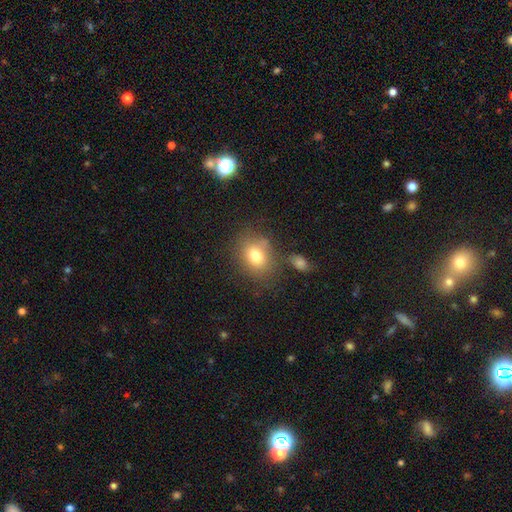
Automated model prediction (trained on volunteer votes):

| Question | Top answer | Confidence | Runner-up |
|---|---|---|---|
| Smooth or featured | smooth | 77% | featured or disk (12%) |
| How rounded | in between | 54% | round (45%) |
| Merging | none | 67% | minor disturbance (17%) |